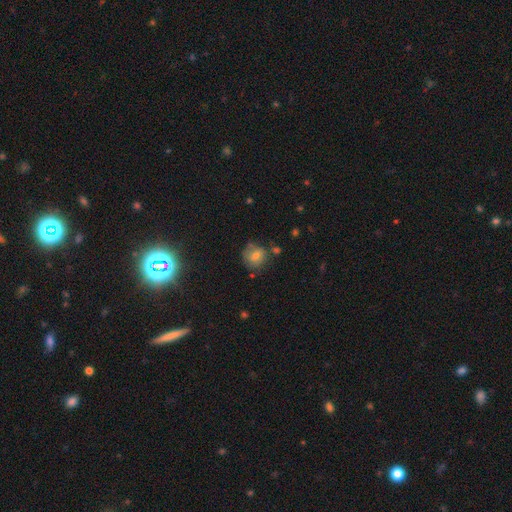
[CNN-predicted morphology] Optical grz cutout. It shows a smooth galaxy with no disk features (70%) that is round (78%). Merging: none (65%).